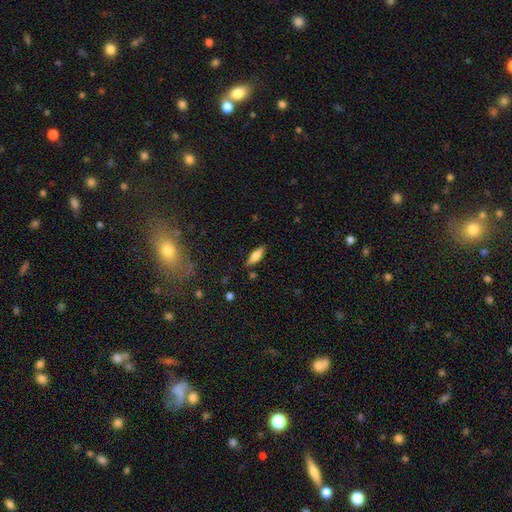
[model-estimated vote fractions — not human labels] Smooth or featured: smooth — 63% (featured or disk — 30%)
How rounded: in between — 57% (cigar-shaped — 41%)
Merging: none — 85% (minor disturbance — 11%)